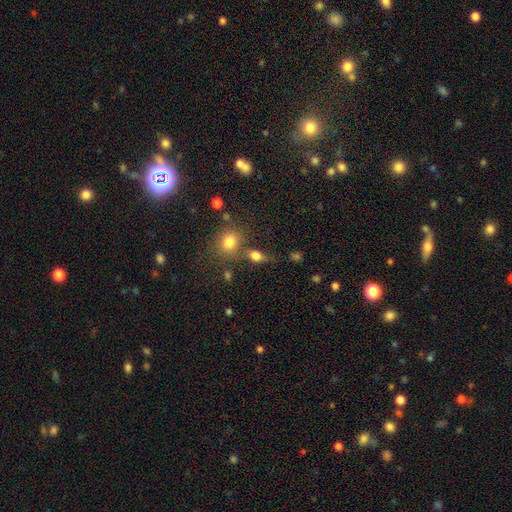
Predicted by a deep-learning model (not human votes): Overall: smooth (74%). How rounded: in between (57%; round 37%). Merging: none (56%; merger 18%).